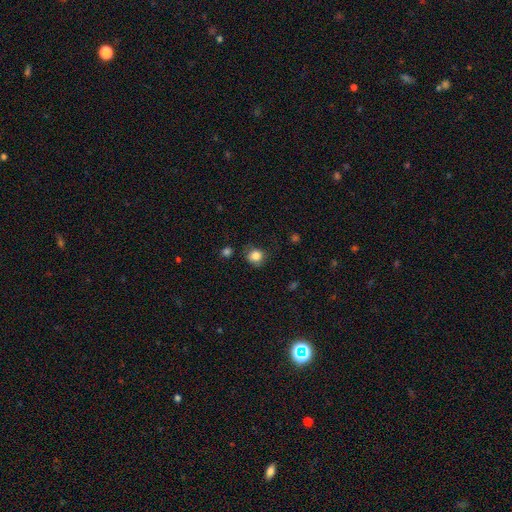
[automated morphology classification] This is clearly a smooth galaxy (84%). How rounded: clearly round (81%). Merging: likely none (70%).